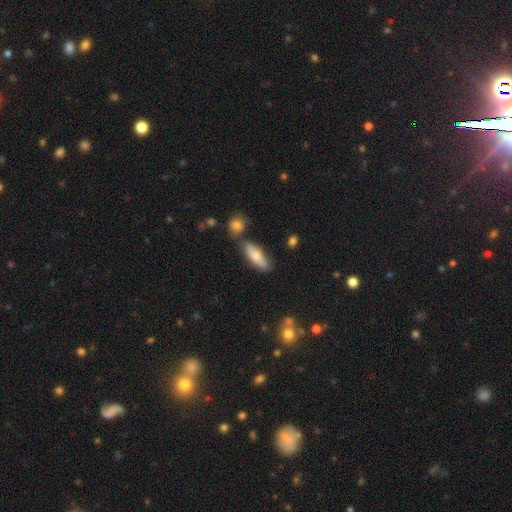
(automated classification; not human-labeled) smooth 74%, featured or disk 20%, star or artifact 6%. Down the decision tree: how rounded — in between (57%); merging — none (70%).